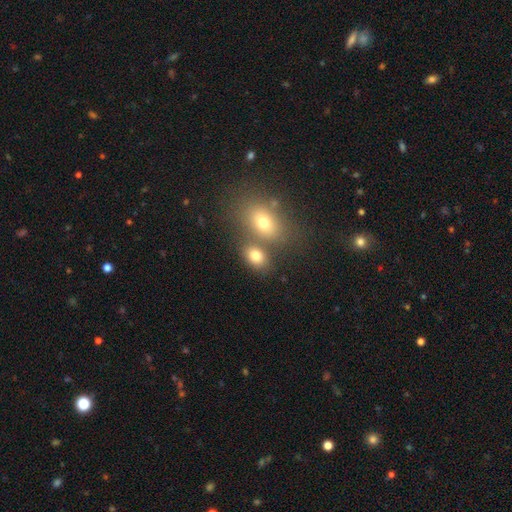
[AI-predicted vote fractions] Smooth or featured?
  - smooth: 76% *
  - star or artifact: 12%
  - featured or disk: 11%
How rounded?
  - in between: 73% *
  - round: 26%
  - cigar-shaped: 2%
Merging?
  - none: 55% *
  - merger: 31%
  - minor disturbance: 10%
  - major disturbance: 4%